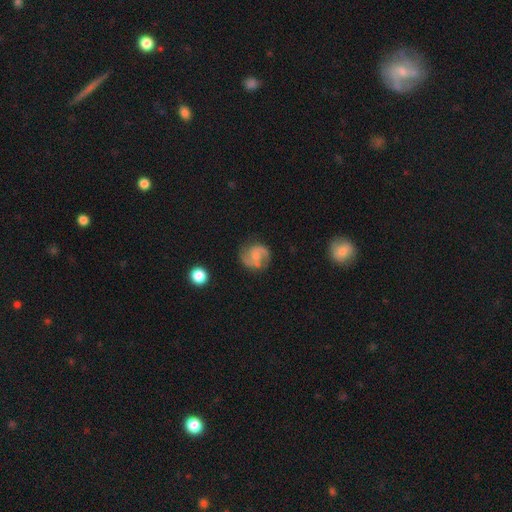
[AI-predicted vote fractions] A featured or disk galaxy (80%) with no bar (48%), 2 (90%) medium (55%) spiral arms (96%) and a small central bulge (43%). Merging: none (76%).